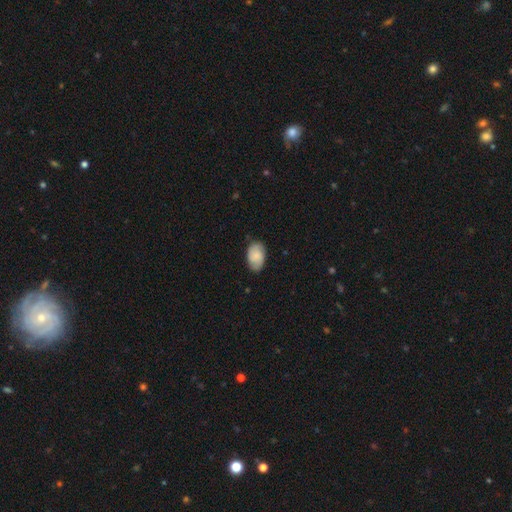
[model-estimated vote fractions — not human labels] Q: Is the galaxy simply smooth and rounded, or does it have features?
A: smooth — 67%.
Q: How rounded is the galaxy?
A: in between — 90%.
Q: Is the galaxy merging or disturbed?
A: none — 77%.